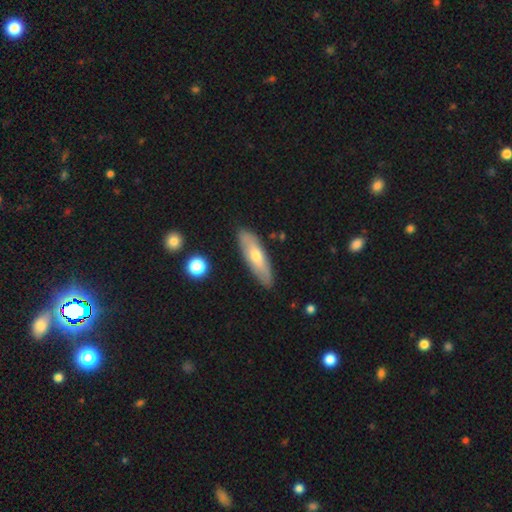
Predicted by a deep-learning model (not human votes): Smooth or featured? Predicted: smooth (p=0.51). How rounded? Predicted: cigar-shaped (p=0.53). Merging? Predicted: none (p=0.86).